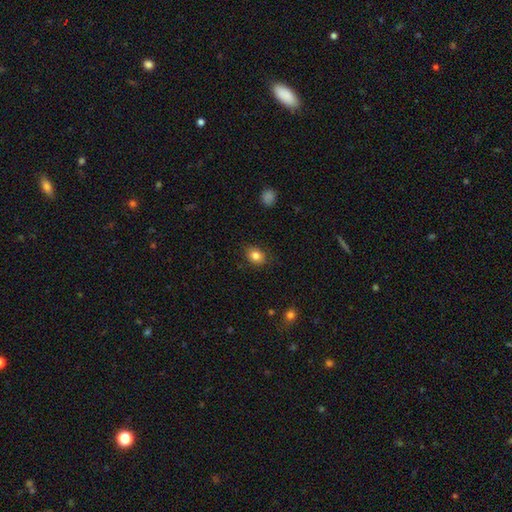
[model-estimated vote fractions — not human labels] Smooth or featured?
  - smooth: 84% *
  - star or artifact: 10%
  - featured or disk: 7%
How rounded?
  - in between: 61% *
  - round: 38%
  - cigar-shaped: 1%
Merging?
  - none: 84% *
  - minor disturbance: 12%
  - major disturbance: 3%
  - merger: 1%